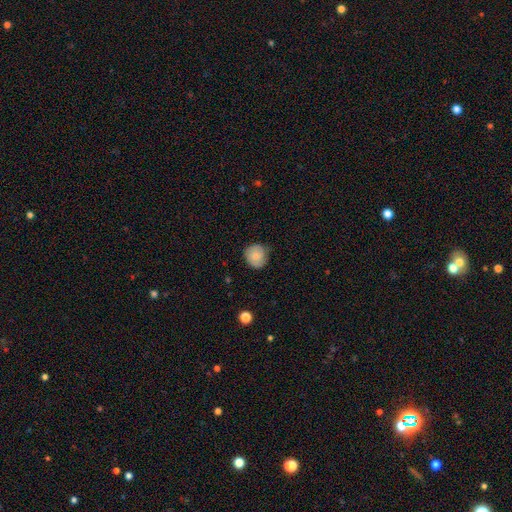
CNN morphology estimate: Overall: smooth (77%). How rounded: round (87%). Merging: none (75%).